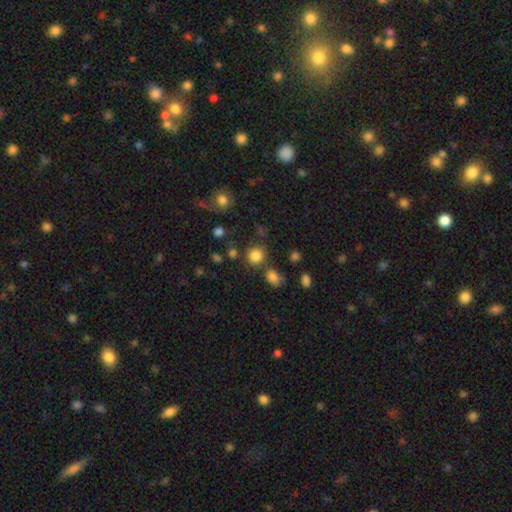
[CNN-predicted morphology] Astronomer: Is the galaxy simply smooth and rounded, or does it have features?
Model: smooth — 83%.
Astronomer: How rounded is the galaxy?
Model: round — 87%.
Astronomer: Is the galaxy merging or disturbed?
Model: none — 74%.